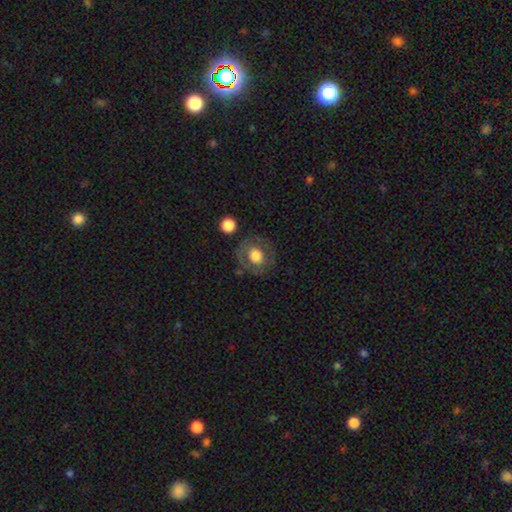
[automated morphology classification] The model was most divided on "smooth or featured": smooth: 61%, featured or disk: 31%, star or artifact: 8%. More confident: how rounded — round (79%); merging — none (72%).